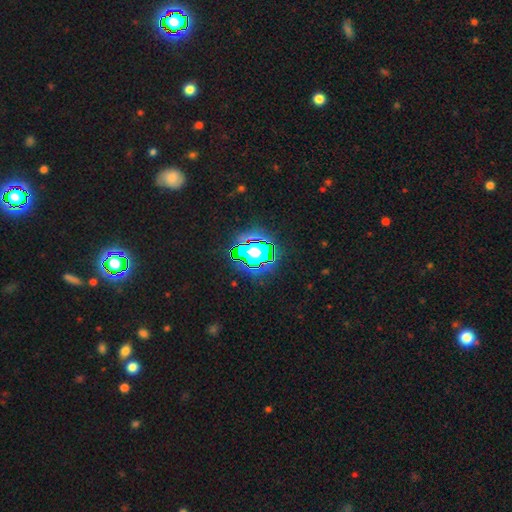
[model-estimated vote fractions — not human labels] Smooth or featured? Predicted: star or artifact (p=0.81).